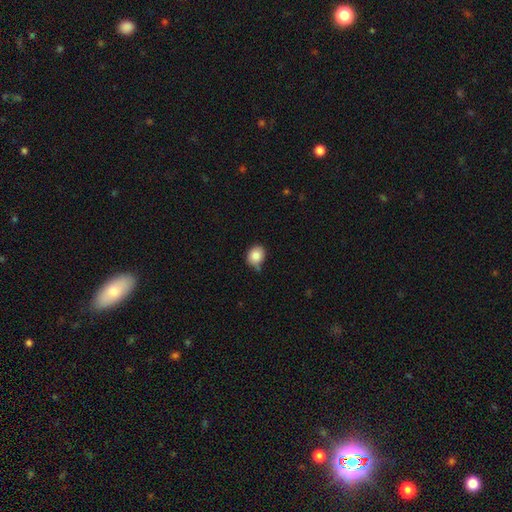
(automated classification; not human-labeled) Overall: smooth (85%). How rounded: round (64%; in between 35%). Merging: none (67%).